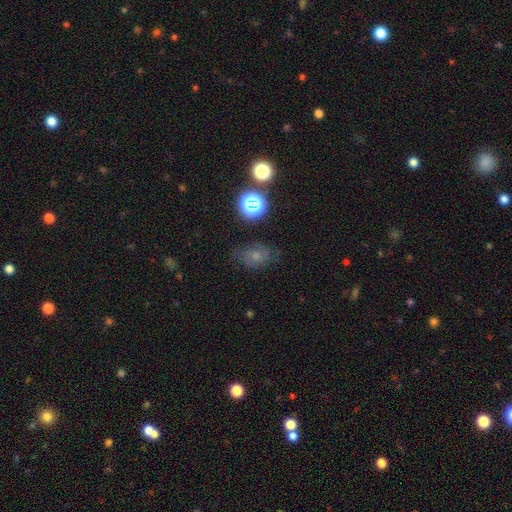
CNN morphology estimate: smooth_or_featured: smooth (p=0.50) [alt: featured or disk p=0.28]
merging: none (p=0.64) [alt: minor disturbance p=0.24]